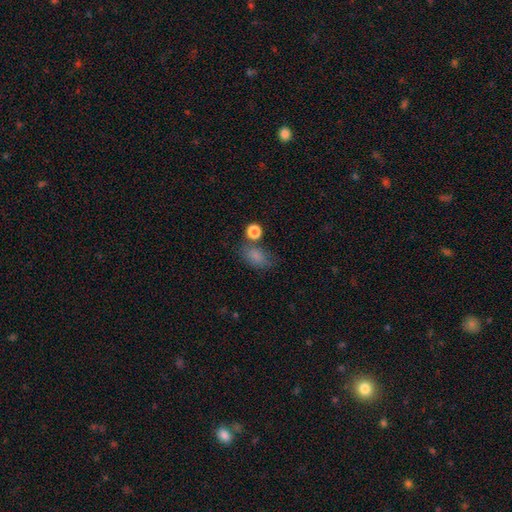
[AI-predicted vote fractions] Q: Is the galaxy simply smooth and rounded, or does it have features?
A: smooth — 81%.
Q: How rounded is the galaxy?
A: in between — 80%.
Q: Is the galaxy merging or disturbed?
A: none — 59%.